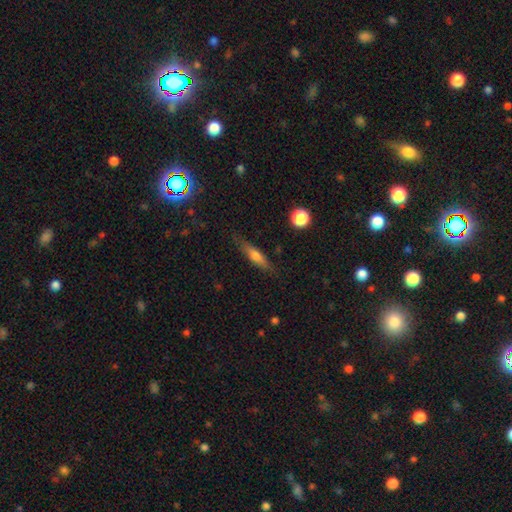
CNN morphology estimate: This appears to be a smooth galaxy with no disk features (57%) that is cigar-shaped (73%). Merging: none (80%).